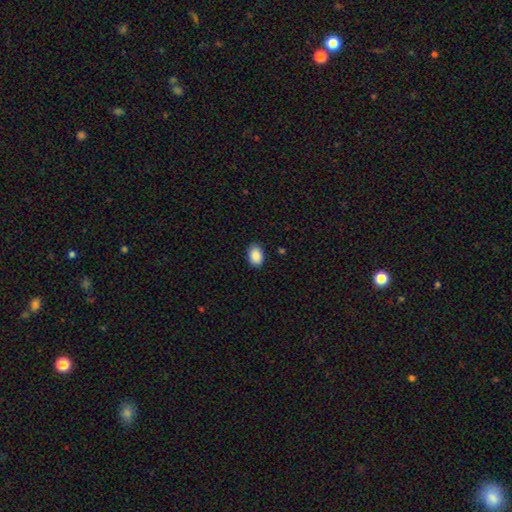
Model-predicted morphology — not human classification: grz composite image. It shows a smooth galaxy with no disk features (90%) that is in between round and cigar-shaped (85%). Merging: none (88%).